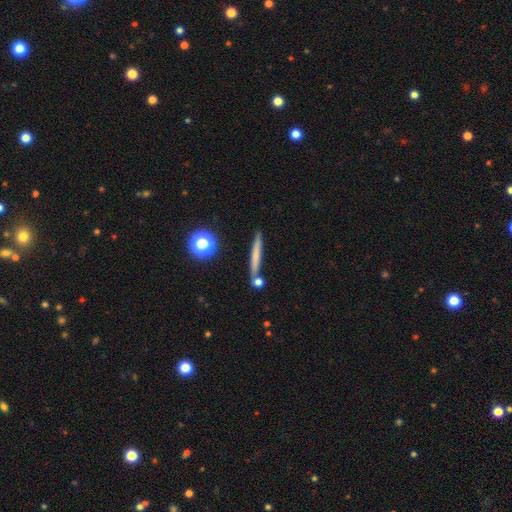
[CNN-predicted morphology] Smooth or featured? Predicted: smooth (p=0.59). How rounded? Predicted: cigar-shaped (p=0.92). Merging? Predicted: none (p=0.80).